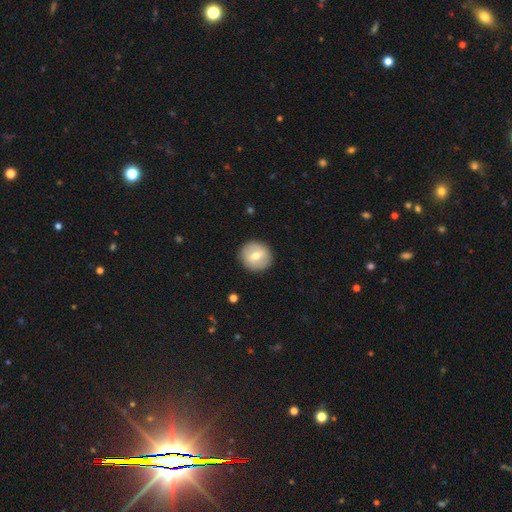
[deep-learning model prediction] This is likely a smooth galaxy (61%). How rounded: clearly round (91%). Merging: clearly none (89%).